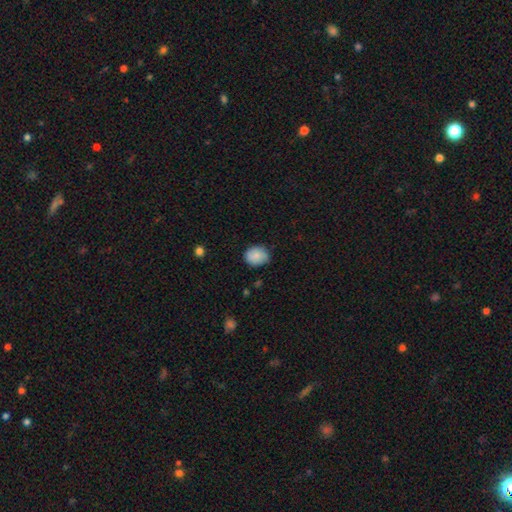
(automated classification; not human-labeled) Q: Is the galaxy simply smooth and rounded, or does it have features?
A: smooth — 84%.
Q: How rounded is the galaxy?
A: round — 60%.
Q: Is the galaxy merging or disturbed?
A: none — 72%.